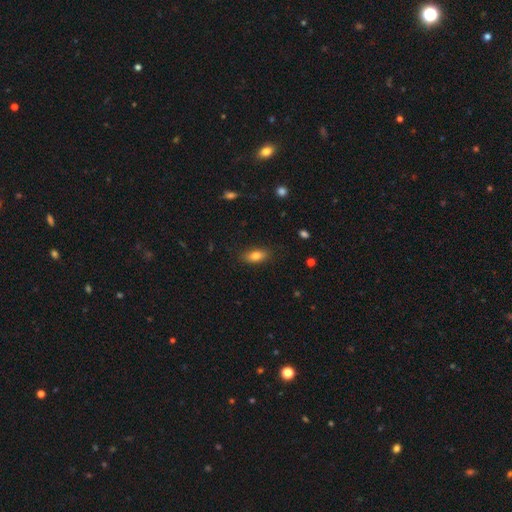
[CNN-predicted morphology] The model was most divided on "smooth or featured": smooth: 82%, featured or disk: 10%, star or artifact: 8%. More confident: merging — none (86%); how rounded — in between (84%).